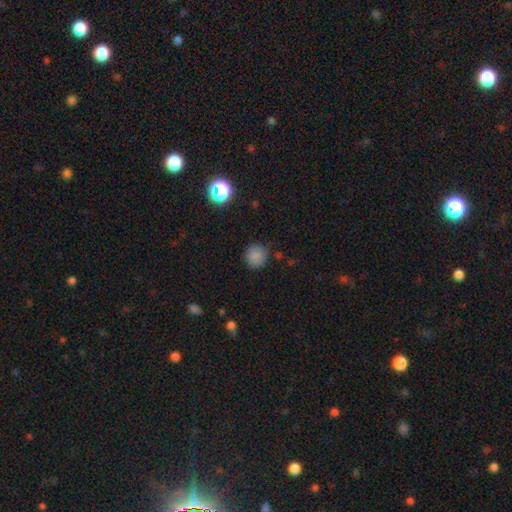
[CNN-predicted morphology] Smooth or featured: smooth — 82% (star or artifact — 13%)
How rounded: round — 91% (in between — 8%)
Merging: none — 84% (minor disturbance — 11%)